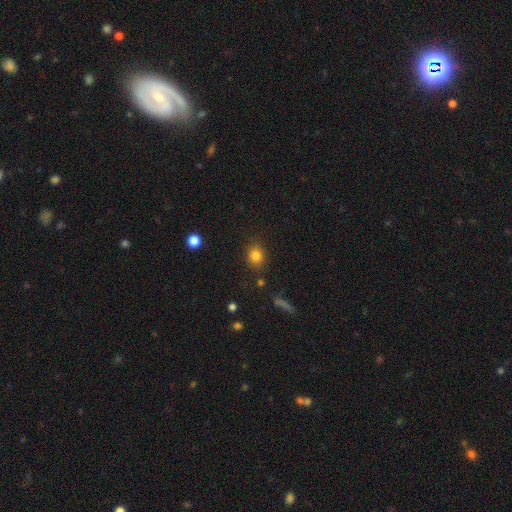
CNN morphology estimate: This appears to be a smooth galaxy with no disk features (82%) that is round (67%). Merging: none (85%).